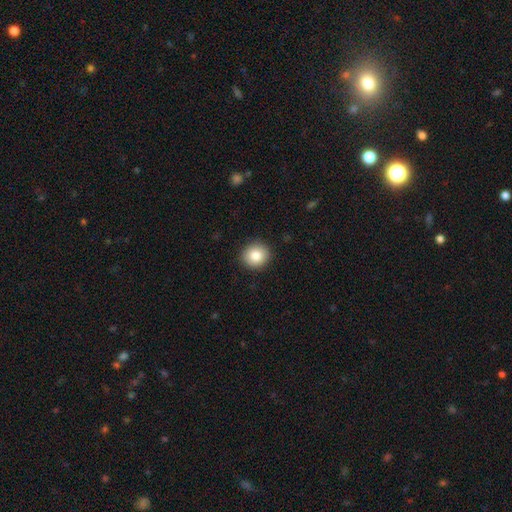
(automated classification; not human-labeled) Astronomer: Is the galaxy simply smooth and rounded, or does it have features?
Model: smooth — 84%.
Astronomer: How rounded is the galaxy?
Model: round — 87%.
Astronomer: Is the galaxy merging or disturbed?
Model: none — 91%.